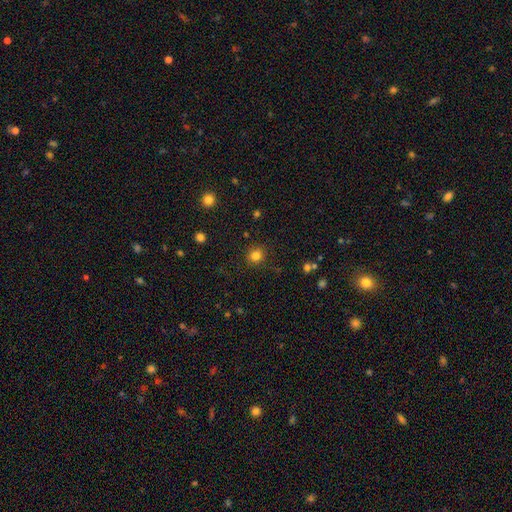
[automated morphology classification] This appears to be a smooth galaxy with no disk features (82%) that is round (83%). Merging: none (88%).